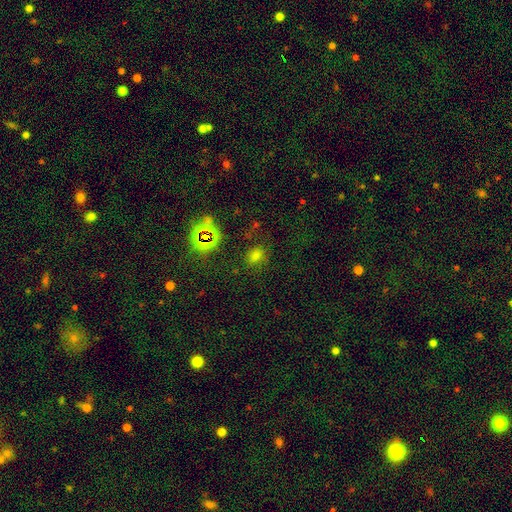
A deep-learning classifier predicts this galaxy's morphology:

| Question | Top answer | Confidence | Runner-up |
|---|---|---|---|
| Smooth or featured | smooth | 59% | star or artifact (34%) |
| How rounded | in between | 63% | round (35%) |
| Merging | none | 73% | minor disturbance (16%) |